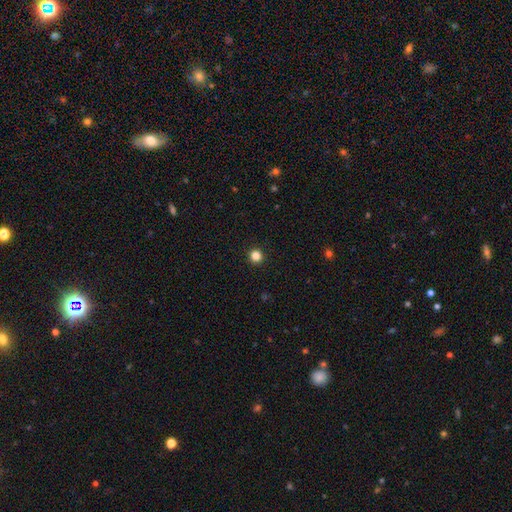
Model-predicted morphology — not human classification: Q: Smooth or featured?
A: smooth (84%); runner-up: star or artifact (13%)
Q: How rounded?
A: round (96%); runner-up: in between (4%)
Q: Merging?
A: none (94%); runner-up: minor disturbance (4%)